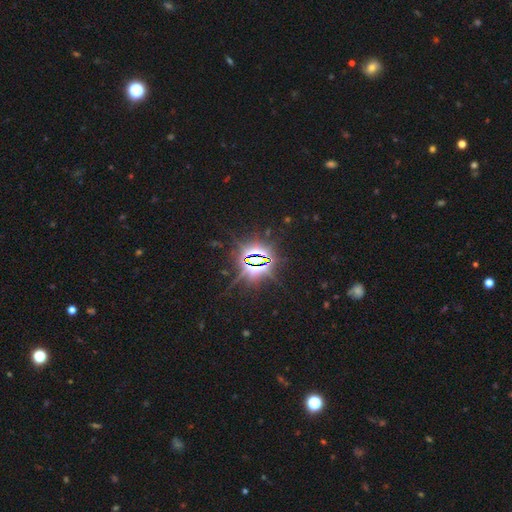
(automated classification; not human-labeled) Smooth or featured? star or artifact (85%)